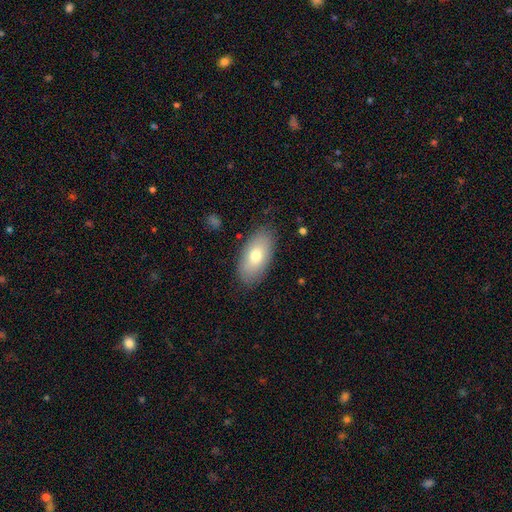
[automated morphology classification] Smooth or featured: smooth — 72% (featured or disk — 21%)
How rounded: in between — 92% (cigar-shaped — 5%)
Merging: none — 85% (minor disturbance — 11%)